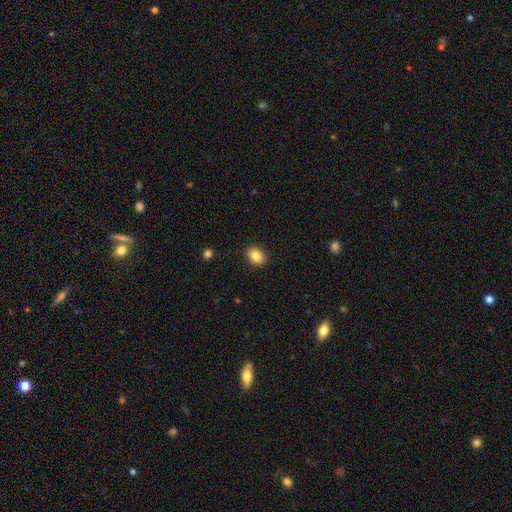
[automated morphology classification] smooth_or_featured: smooth (p=0.86) [alt: star or artifact p=0.09]
how_rounded: in between (p=0.65) [alt: round p=0.34]
merging: none (p=0.89) [alt: minor disturbance p=0.07]